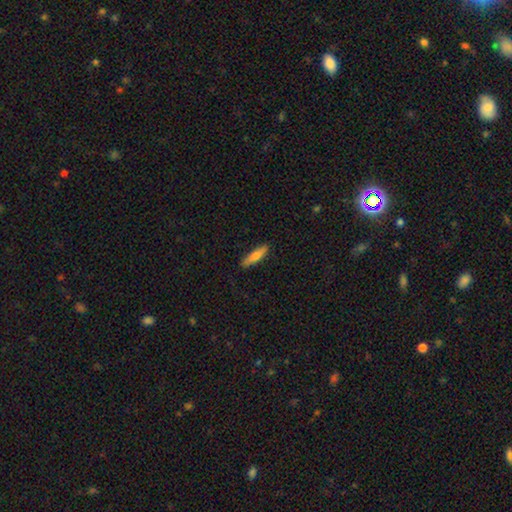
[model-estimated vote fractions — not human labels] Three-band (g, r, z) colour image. It shows a smooth galaxy with no disk features (66%) that is cigar-shaped (76%). Merging: none (88%).